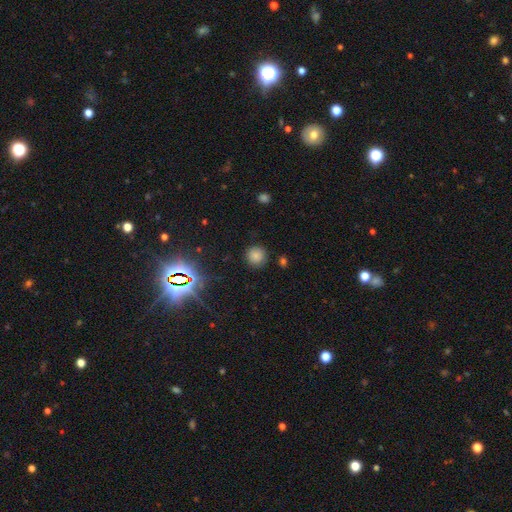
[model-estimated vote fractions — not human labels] Smooth or featured? smooth (77%)
How rounded? round (93%)
Merging? none (87%)